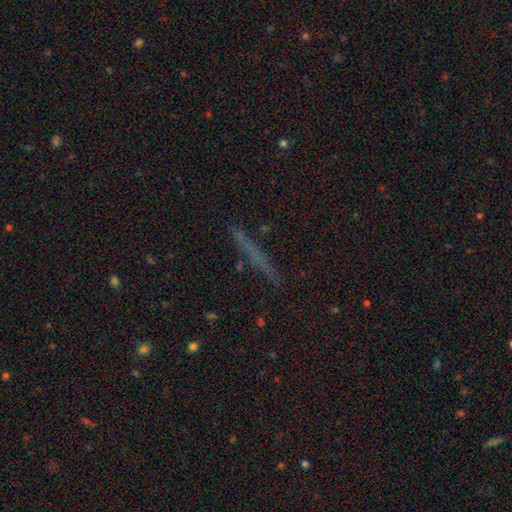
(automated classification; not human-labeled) This is possibly a smooth galaxy (48%). Merging: clearly none (88%).